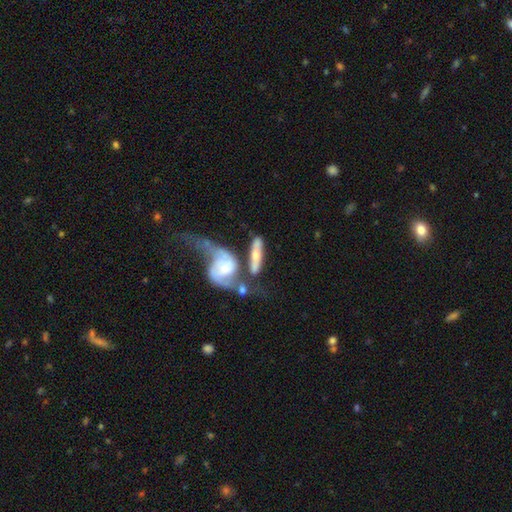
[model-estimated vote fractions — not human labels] Smooth or featured?
  - featured or disk: 57% *
  - smooth: 37%
  - star or artifact: 6%
Edge-on disk?
  - no: 55% *
  - yes: 45%
Merging?
  - merger: 40% *
  - none: 33%
  - minor disturbance: 14%
  - major disturbance: 13%